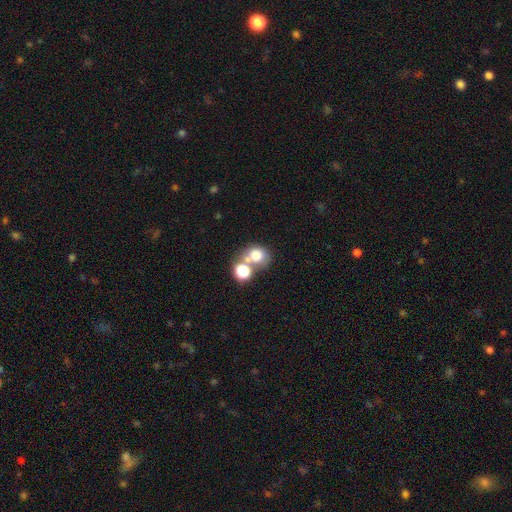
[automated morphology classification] Smooth or featured? Predicted: smooth (p=0.70). How rounded? Predicted: round (p=0.67). Merging? Predicted: merger (p=0.45).